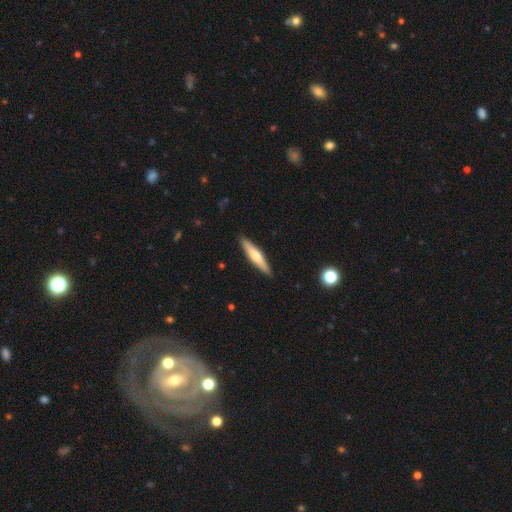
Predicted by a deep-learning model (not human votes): smooth-or-featured: smooth: 55% | featured or disk: 40% | star or artifact: 5%
  how-rounded: cigar-shaped: 85% | in between: 13% | round: 1%
  merging: none: 90% | minor disturbance: 8% | major disturbance: 2% | merger: 1%